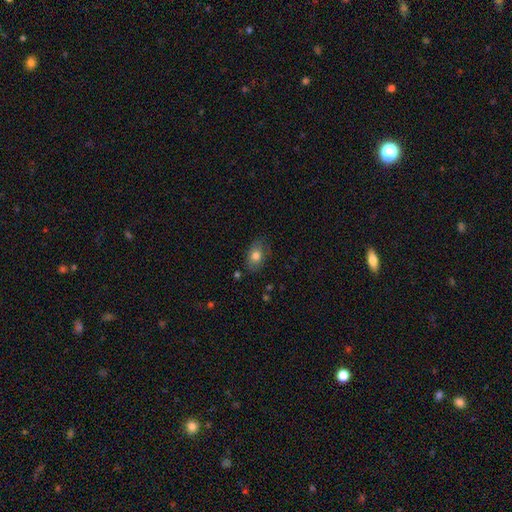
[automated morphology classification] This is likely a smooth galaxy (78%). How rounded: clearly in between (83%). Merging: likely none (78%).